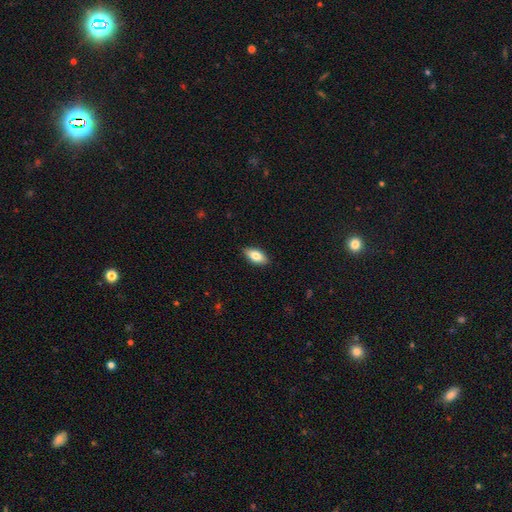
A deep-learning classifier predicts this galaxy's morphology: This appears to be a smooth galaxy with no disk features (78%) that is in between round and cigar-shaped (87%). Merging: none (89%).